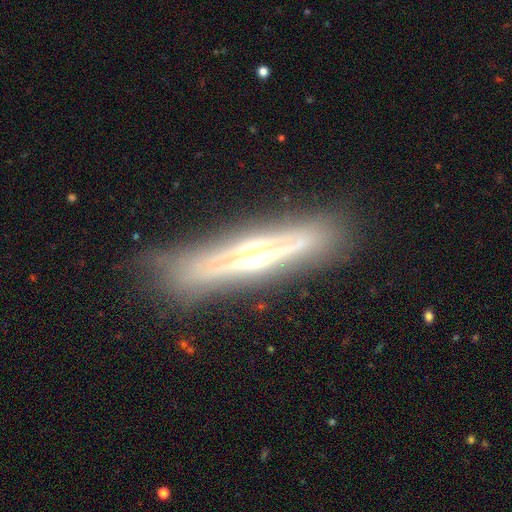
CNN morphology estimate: The model was most divided on "smooth or featured": featured or disk: 79%, smooth: 14%, star or artifact: 7%. More confident: edge-on disk — yes (90%); edge-on bulge — rounded (83%); merging — none (81%).